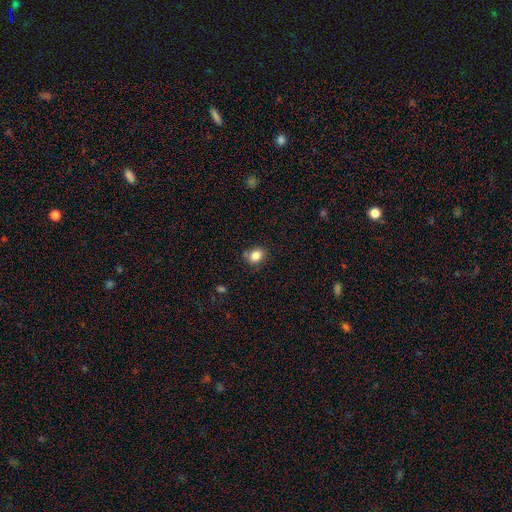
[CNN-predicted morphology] Smooth or featured? smooth (84%)
How rounded? round (52%)
Merging? none (77%)